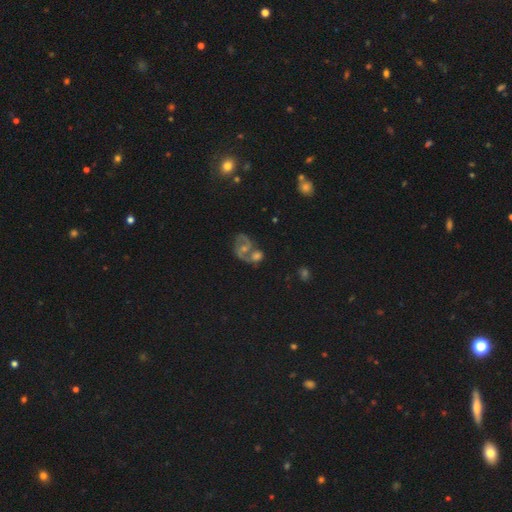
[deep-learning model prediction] Overall: featured or disk (63%). Edge-on disk: no (97%). Bar: no (56%; weak 35%). Spiral arms: yes (80%). Bulge size: moderate (45%; small 40%). Merging: none (42%; merger 36%).